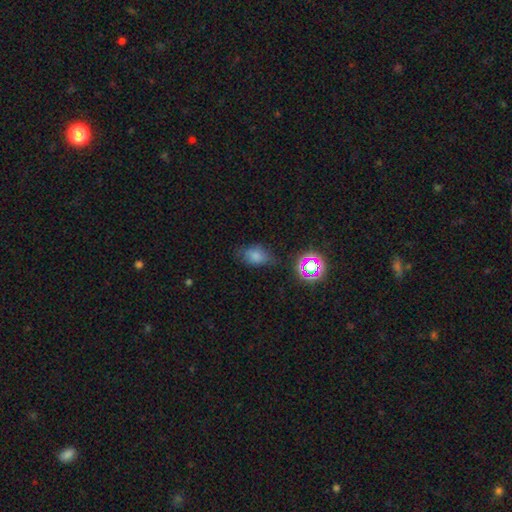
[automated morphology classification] A smooth galaxy with no disk features (72%) that is in between round and cigar-shaped (80%). Merging: none (63%).